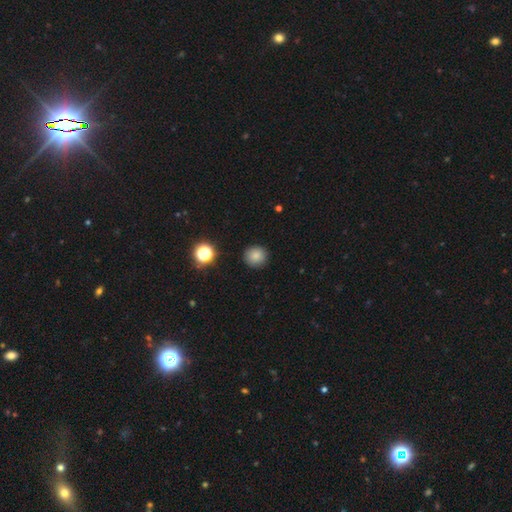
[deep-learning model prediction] Q: Smooth or featured?
A: smooth (83%); runner-up: star or artifact (12%)
Q: How rounded?
A: round (91%); runner-up: in between (8%)
Q: Merging?
A: none (90%); runner-up: minor disturbance (6%)